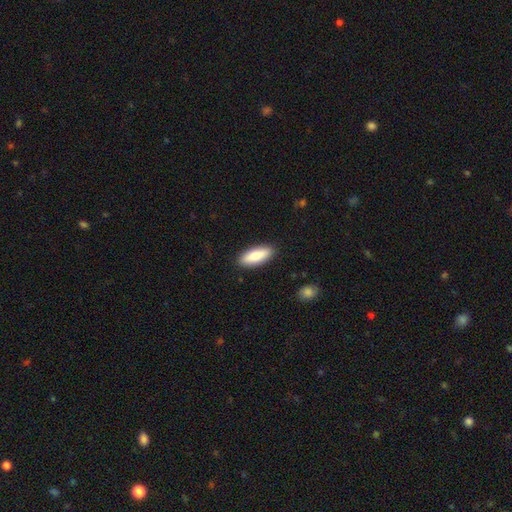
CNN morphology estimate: The model was most divided on "how rounded": in between: 72%, cigar-shaped: 26%, round: 2%. More confident: merging — none (89%); smooth or featured — smooth (82%).